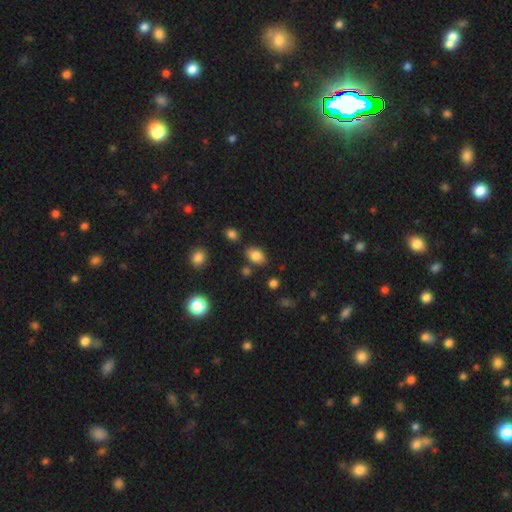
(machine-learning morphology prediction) Smooth or featured? smooth (83%)
How rounded? in between (86%)
Merging? none (79%)